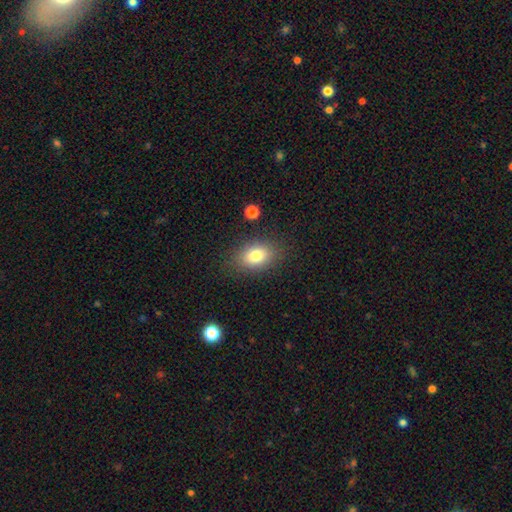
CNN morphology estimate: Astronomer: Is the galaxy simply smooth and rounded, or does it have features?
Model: smooth — 80%.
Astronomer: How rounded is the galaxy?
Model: in between — 80%.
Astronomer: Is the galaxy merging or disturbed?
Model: none — 83%.